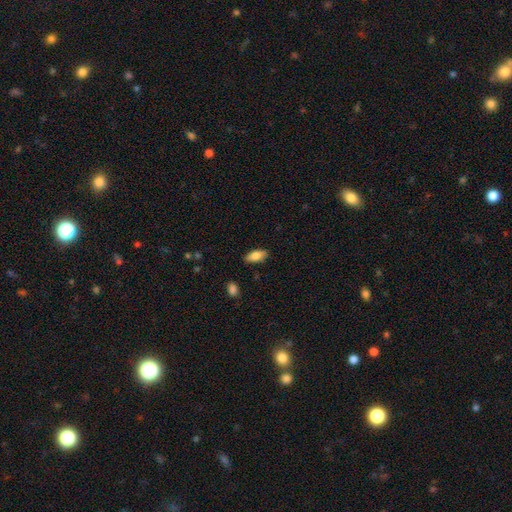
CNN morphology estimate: This appears to be a smooth galaxy with no disk features (81%) that is in between round and cigar-shaped (84%). Merging: none (86%).